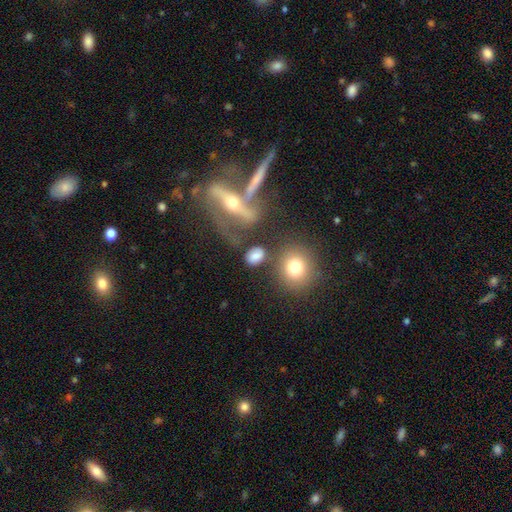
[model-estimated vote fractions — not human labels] Smooth or featured?
  - smooth: 72% *
  - featured or disk: 16%
  - star or artifact: 11%
How rounded?
  - in between: 61% *
  - round: 36%
  - cigar-shaped: 3%
Merging?
  - none: 60% *
  - merger: 16%
  - minor disturbance: 15%
  - major disturbance: 10%